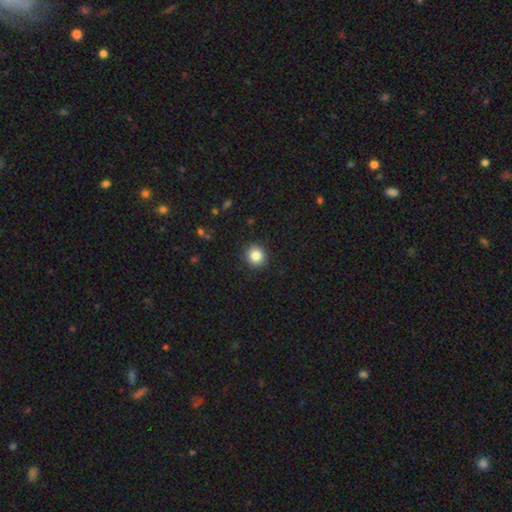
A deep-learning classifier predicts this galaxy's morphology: Overall: smooth (85%). How rounded: round (88%). Merging: none (91%).